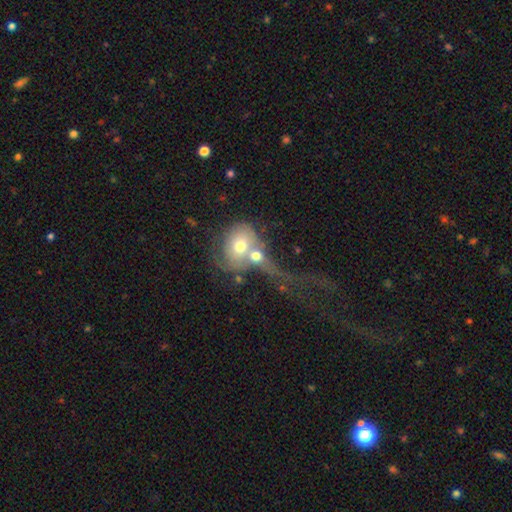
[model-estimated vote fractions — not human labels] This is possibly a smooth galaxy (51%). How rounded: possibly round (60%). Merging: likely merger (67%).